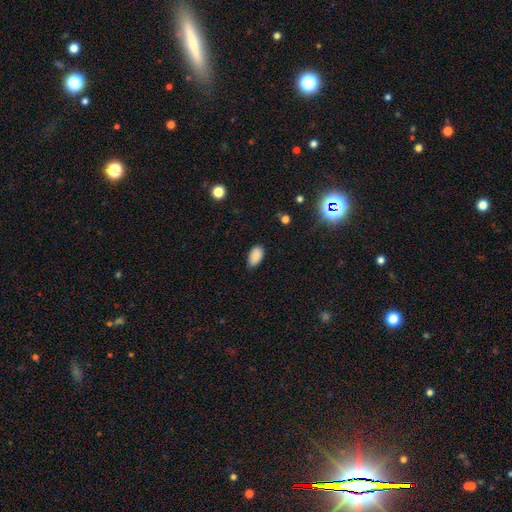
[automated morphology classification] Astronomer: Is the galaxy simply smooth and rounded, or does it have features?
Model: smooth — 88%.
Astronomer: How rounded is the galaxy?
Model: in between — 94%.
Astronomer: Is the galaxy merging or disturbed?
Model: none — 84%.